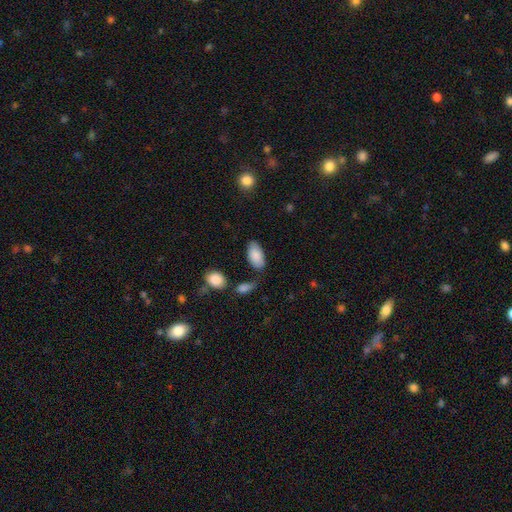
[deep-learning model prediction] Smooth or featured?
  - smooth: 87% *
  - featured or disk: 7%
  - star or artifact: 6%
How rounded?
  - in between: 95% *
  - cigar-shaped: 3%
  - round: 3%
Merging?
  - none: 72% *
  - minor disturbance: 18%
  - merger: 5%
  - major disturbance: 5%